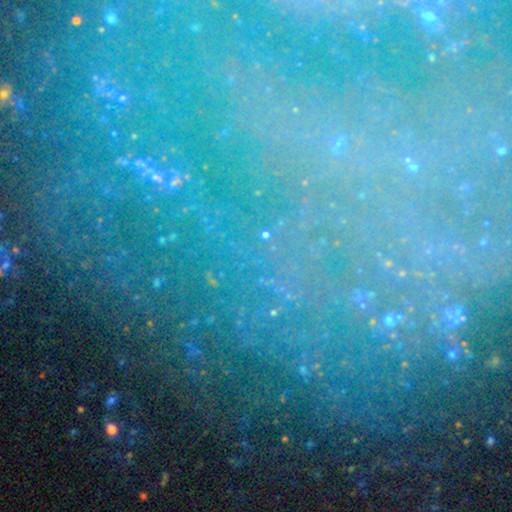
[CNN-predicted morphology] Overall: star or artifact (78%).